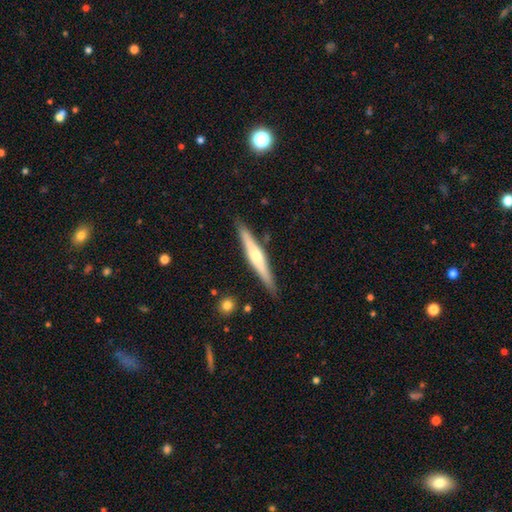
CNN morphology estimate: A featured or disk galaxy (63%) viewed edge-on (97%) with a rounded central bulge (80%).

Vote fractions:
- Smooth or featured? featured or disk: 63% / smooth: 32% / star or artifact: 5%
- Edge-on disk? yes: 97% / no: 3%
- Edge-on bulge? rounded: 80% / none: 13% / boxy: 7%
- Merging? none: 87% / minor disturbance: 9% / merger: 2% / major disturbance: 2%